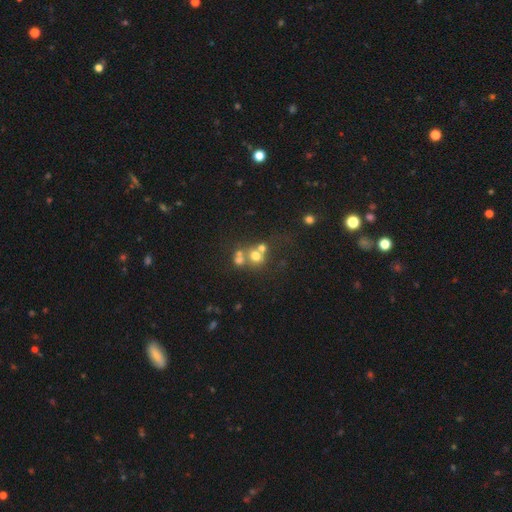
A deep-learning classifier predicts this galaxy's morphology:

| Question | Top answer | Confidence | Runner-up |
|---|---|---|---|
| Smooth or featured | smooth | 59% | featured or disk (23%) |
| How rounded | round | 79% | in between (20%) |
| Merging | merger | 46% | none (40%) |